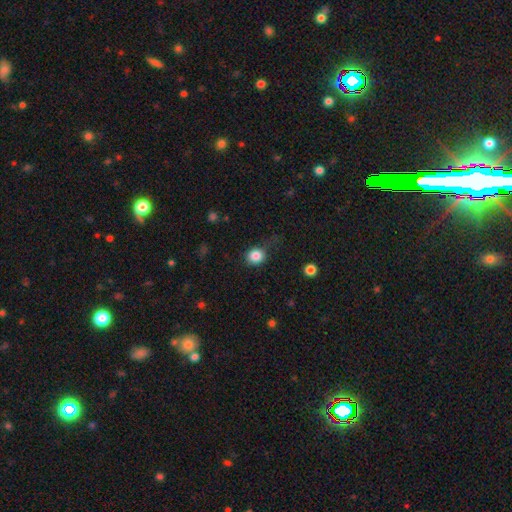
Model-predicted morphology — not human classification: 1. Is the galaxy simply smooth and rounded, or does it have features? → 84% smooth, 11% star or artifact, 5% featured or disk.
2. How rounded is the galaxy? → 80% round, 19% in between, 1% cigar-shaped.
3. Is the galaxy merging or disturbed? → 71% none, 20% minor disturbance, 8% major disturbance, 2% merger.